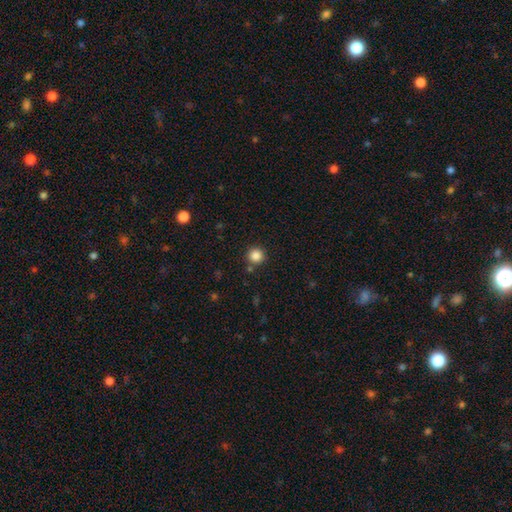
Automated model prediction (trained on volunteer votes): Smooth or featured? smooth (85%)
How rounded? round (94%)
Merging? none (88%)